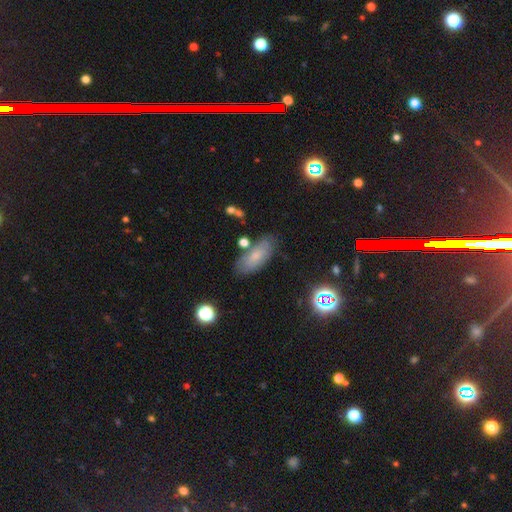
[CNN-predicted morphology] Smooth or featured: smooth — 69% (featured or disk — 21%)
How rounded: in between — 84% (cigar-shaped — 13%)
Merging: none — 73% (minor disturbance — 17%)